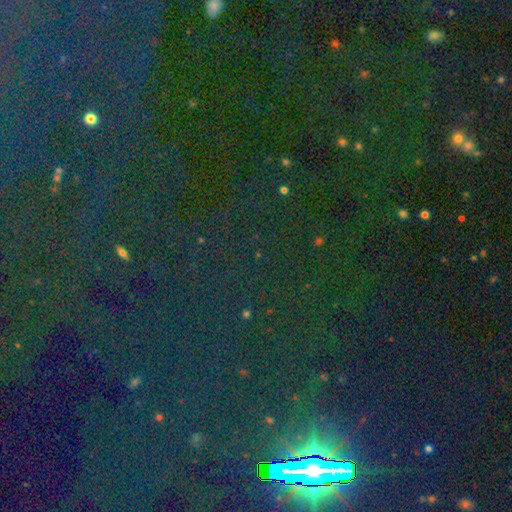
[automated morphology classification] This is clearly a star or artifact rather than a galaxy (83%).